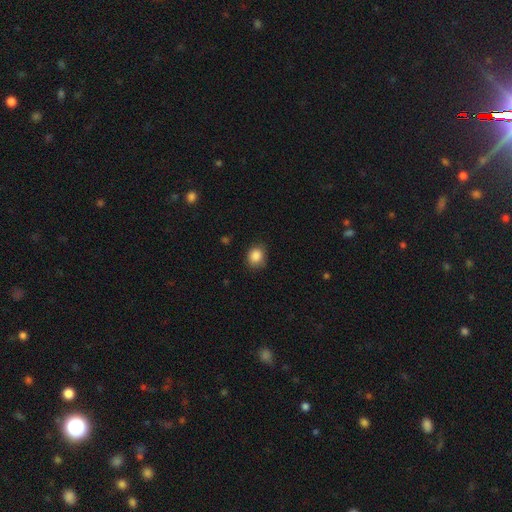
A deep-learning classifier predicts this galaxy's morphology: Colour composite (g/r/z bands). It shows a smooth galaxy with no disk features (87%) that is round (70%). Merging: none (77%).